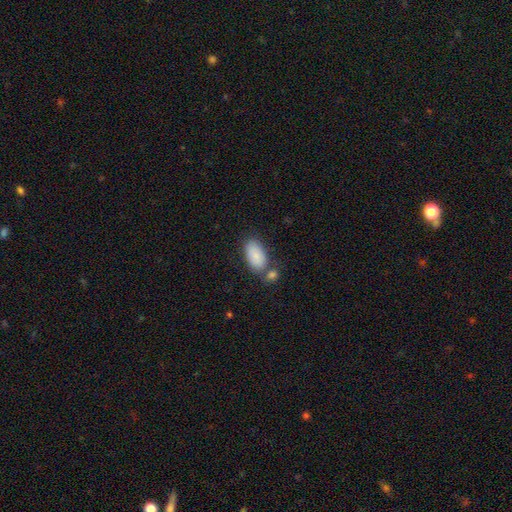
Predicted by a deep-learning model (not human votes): A smooth galaxy with no disk features (86%) that is in between round and cigar-shaped (94%). Merging: none (59%).